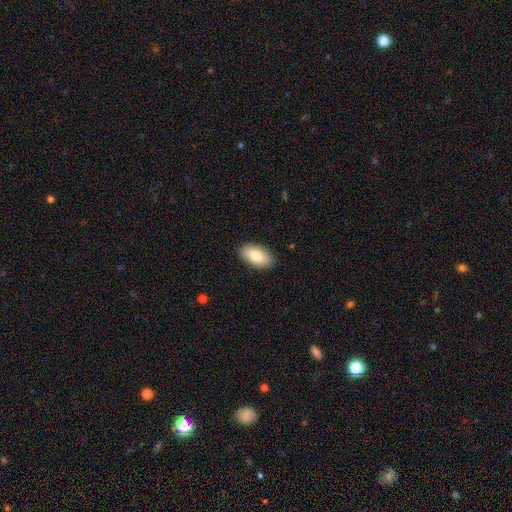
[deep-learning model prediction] This is clearly a smooth galaxy (81%). How rounded: clearly in between (94%). Merging: clearly none (89%).